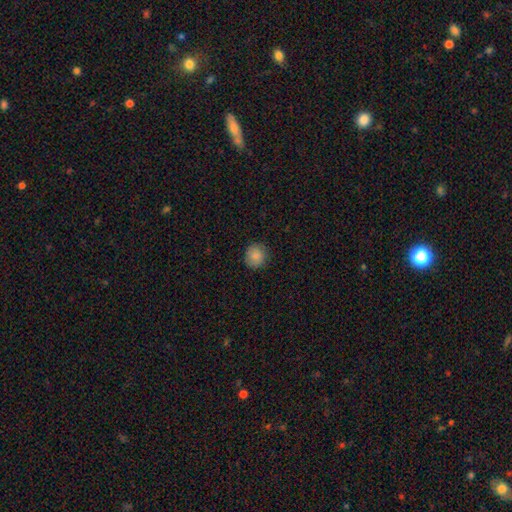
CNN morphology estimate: A smooth galaxy with no disk features (85%) that is round (89%).

Vote fractions:
- Smooth or featured? smooth: 85% / star or artifact: 9% / featured or disk: 6%
- How rounded? round: 89% / in between: 10% / cigar-shaped: 1%
- Merging? none: 86% / minor disturbance: 10% / major disturbance: 2% / merger: 1%